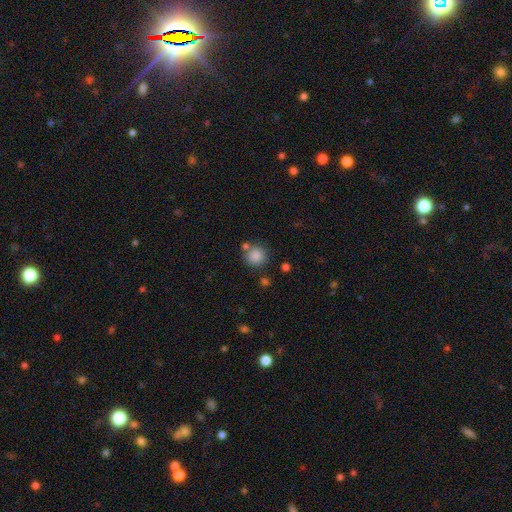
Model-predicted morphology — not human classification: smooth-or-featured: smooth: 85% | star or artifact: 10% | featured or disk: 5%
  how-rounded: round: 92% | in between: 7% | cigar-shaped: 1%
  merging: none: 75% | merger: 11% | minor disturbance: 11% | major disturbance: 4%